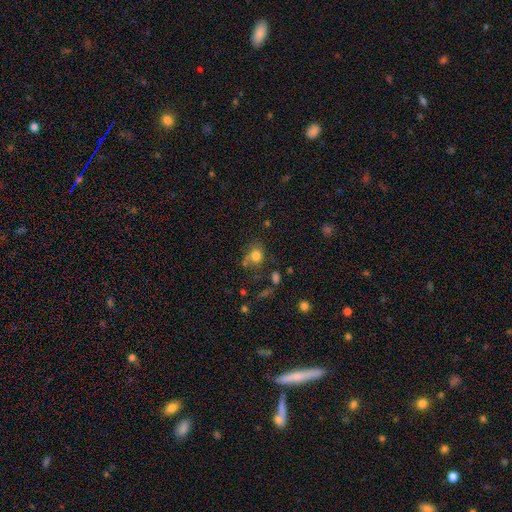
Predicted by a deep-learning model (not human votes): Morphology: type=smooth (78%); roundness=round (70%); merging=none (57%).